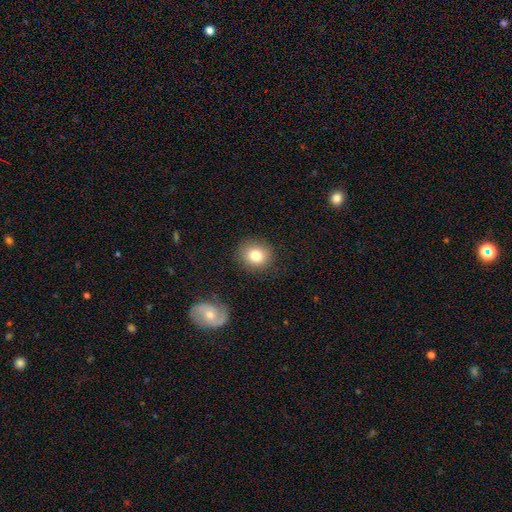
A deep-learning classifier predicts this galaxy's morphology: The model was most divided on "how rounded": round: 82%, in between: 17%, cigar-shaped: 1%. More confident: merging — none (87%); smooth or featured — smooth (80%).